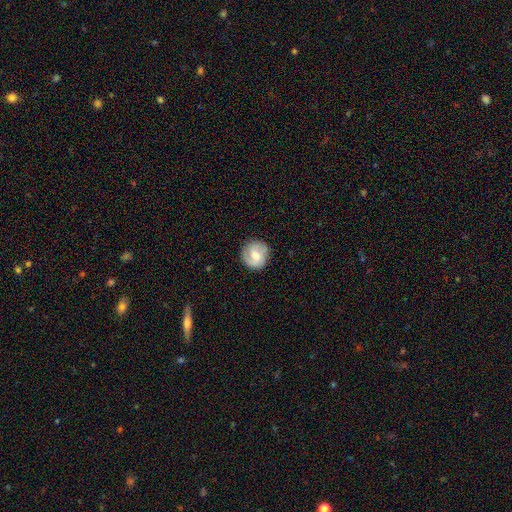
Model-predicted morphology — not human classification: Smooth or featured? featured or disk (52%)
Edge-on disk? no (97%)
Bar? weak (51%)
Spiral arms? yes (86%)
Bulge size? moderate (56%)
Merging? none (83%)